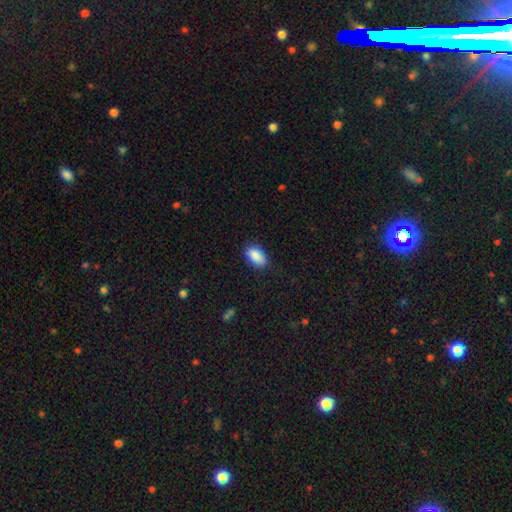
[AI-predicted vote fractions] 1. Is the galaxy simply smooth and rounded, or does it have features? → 88% smooth, 7% star or artifact, 5% featured or disk.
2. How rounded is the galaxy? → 92% in between, 5% round, 2% cigar-shaped.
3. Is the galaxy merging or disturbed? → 83% none, 13% minor disturbance, 3% major disturbance, 1% merger.